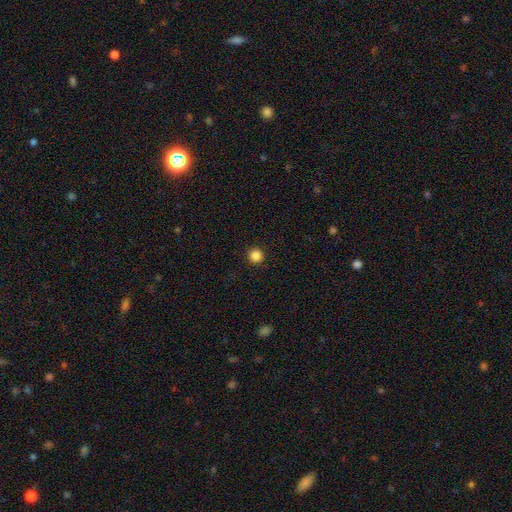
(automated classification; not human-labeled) Smooth or featured?
  - smooth: 86% *
  - star or artifact: 11%
  - featured or disk: 3%
How rounded?
  - round: 96% *
  - in between: 3%
  - cigar-shaped: 1%
Merging?
  - none: 93% *
  - minor disturbance: 4%
  - major disturbance: 2%
  - merger: 1%